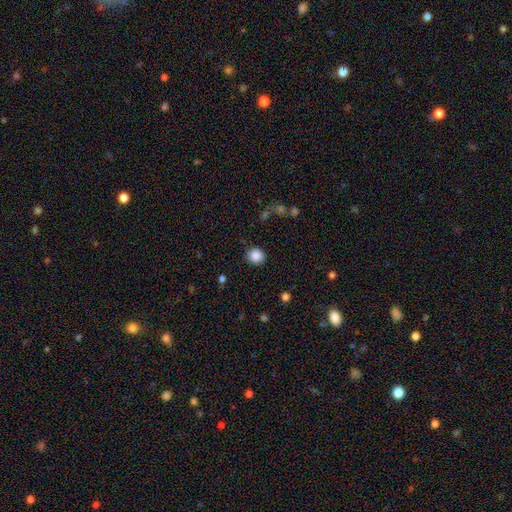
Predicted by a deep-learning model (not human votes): Overall: smooth (86%). How rounded: round (83%). Merging: none (89%).